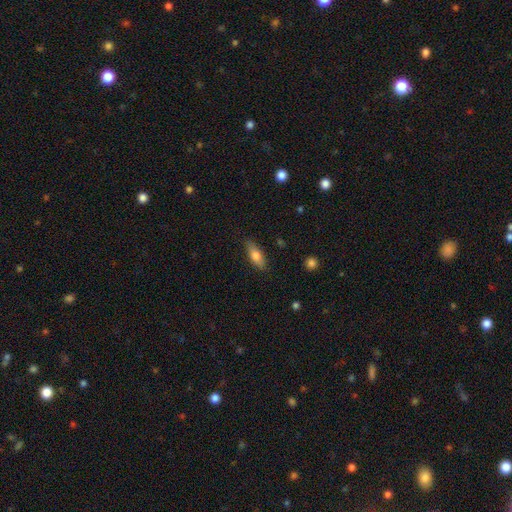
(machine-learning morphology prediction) Overall: smooth (73%). How rounded: in between (66%; cigar-shaped 31%). Merging: none (83%).